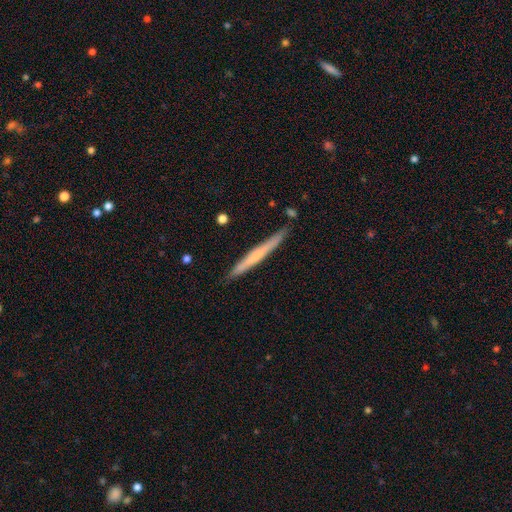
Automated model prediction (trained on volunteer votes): Overall: smooth (49%; featured or disk 46%). Merging: none (87%).